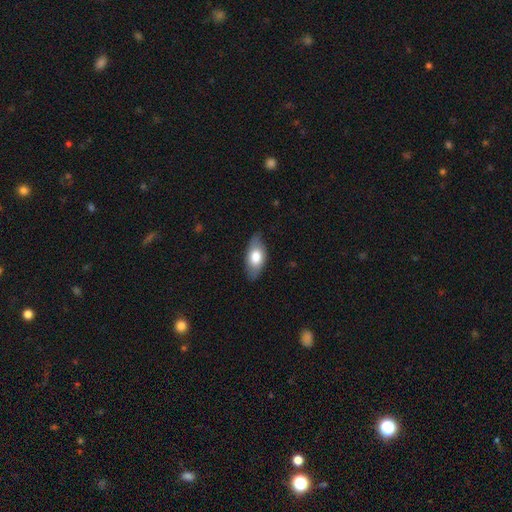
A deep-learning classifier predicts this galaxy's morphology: Smooth or featured? smooth (71%)
How rounded? in between (90%)
Merging? none (79%)